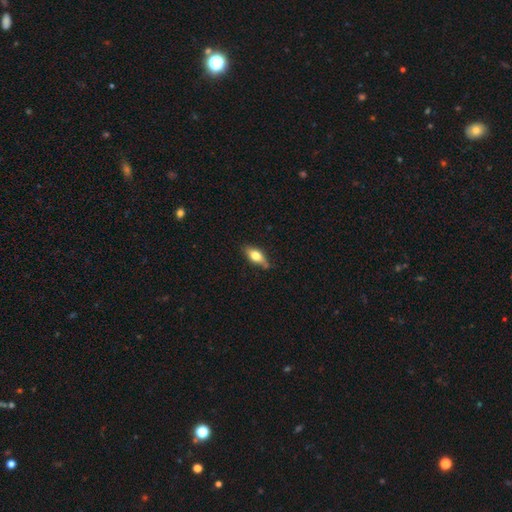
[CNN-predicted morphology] A smooth galaxy with no disk features (63%) that is in between round and cigar-shaped (75%).

Vote fractions:
- Smooth or featured? smooth: 63% / featured or disk: 30% / star or artifact: 7%
- How rounded? in between: 75% / cigar-shaped: 20% / round: 5%
- Merging? none: 71% / minor disturbance: 22% / major disturbance: 4% / merger: 3%